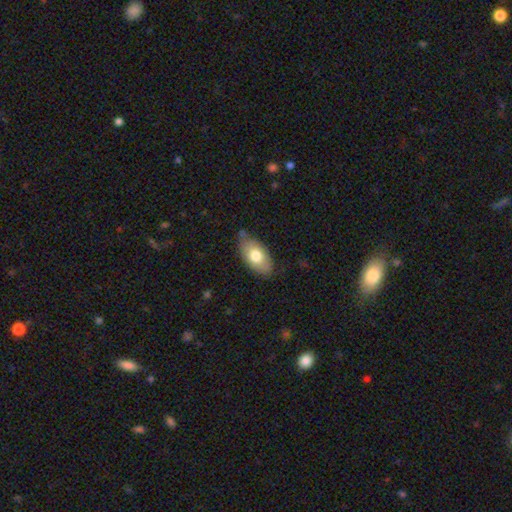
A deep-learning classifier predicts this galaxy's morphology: This is likely a smooth galaxy (73%). How rounded: clearly in between (93%). Merging: likely none (74%).